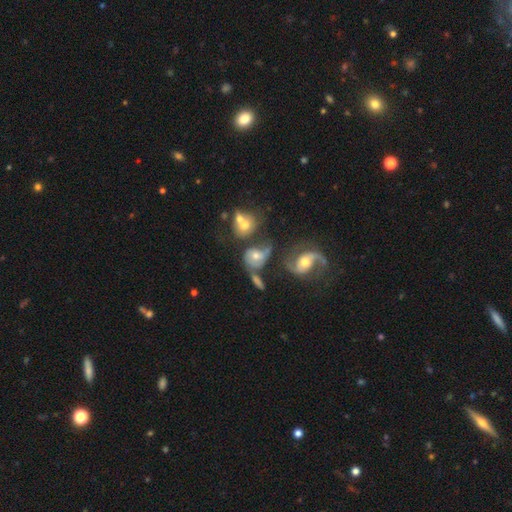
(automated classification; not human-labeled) Smooth or featured?
  - featured or disk: 58% *
  - smooth: 32%
  - star or artifact: 11%
Edge-on disk?
  - no: 96% *
  - yes: 4%
Bar?
  - no: 59% *
  - weak: 31%
  - strong: 10%
Spiral arms?
  - yes: 82% *
  - no: 18%
Bulge size?
  - moderate: 66% *
  - small: 22%
  - large: 8%
  - none: 3%
  - dominant: 2%
Merging?
  - none: 34% *
  - merger: 33%
  - major disturbance: 17%
  - minor disturbance: 16%